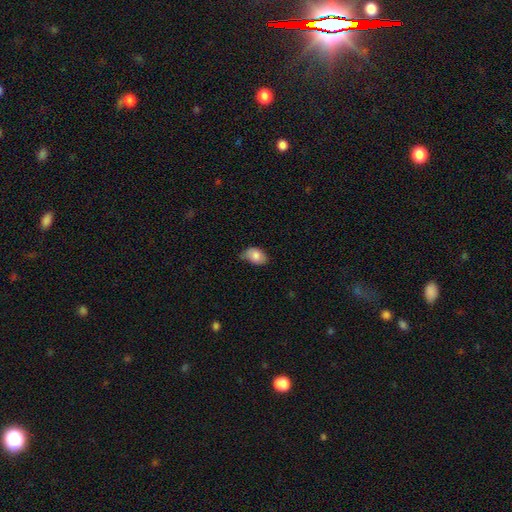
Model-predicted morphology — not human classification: A smooth galaxy with no disk features (82%) that is in between round and cigar-shaped (85%).

Vote fractions:
- Smooth or featured? smooth: 82% / featured or disk: 11% / star or artifact: 7%
- How rounded? in between: 85% / round: 14% / cigar-shaped: 1%
- Merging? none: 53% / minor disturbance: 38% / major disturbance: 7% / merger: 2%